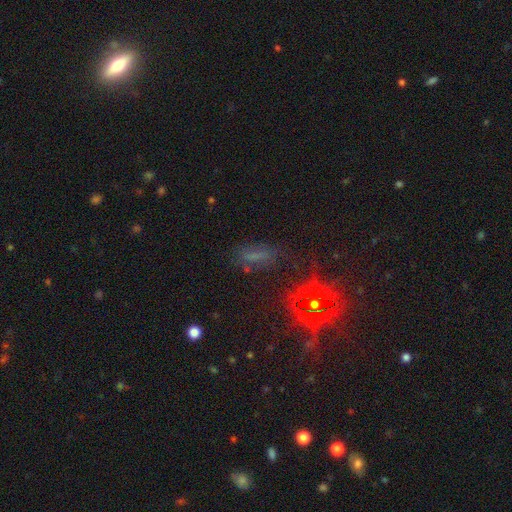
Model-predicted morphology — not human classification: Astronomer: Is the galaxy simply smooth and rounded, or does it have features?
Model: star or artifact — 41% (runner-up: smooth, 40%).